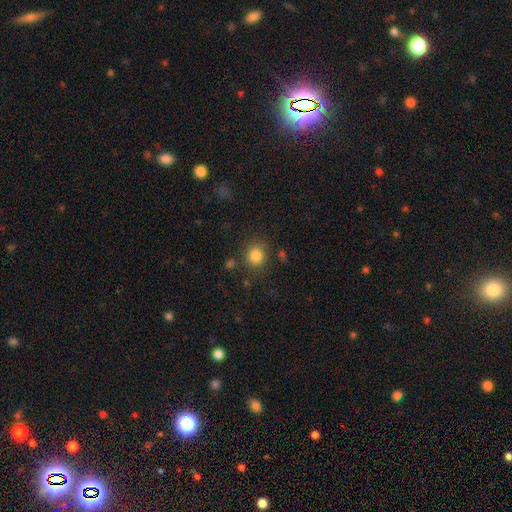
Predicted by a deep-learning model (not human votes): This is clearly a smooth galaxy (83%). How rounded: clearly round (84%). Merging: clearly none (81%).